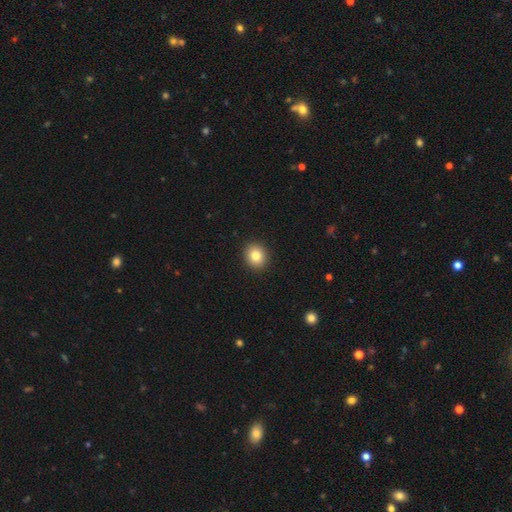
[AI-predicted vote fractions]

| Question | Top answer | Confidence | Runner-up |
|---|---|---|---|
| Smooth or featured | smooth | 83% | star or artifact (10%) |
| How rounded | round | 76% | in between (23%) |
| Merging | none | 92% | minor disturbance (6%) |